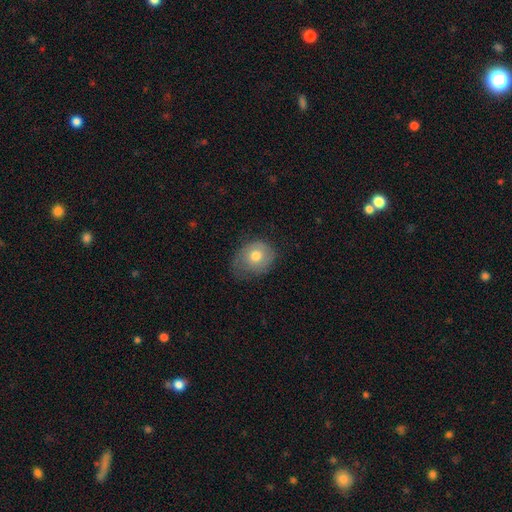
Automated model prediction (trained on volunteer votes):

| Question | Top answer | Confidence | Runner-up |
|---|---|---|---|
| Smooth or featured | smooth | 70% | featured or disk (22%) |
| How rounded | round | 59% | in between (41%) |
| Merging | none | 51% | minor disturbance (34%) |